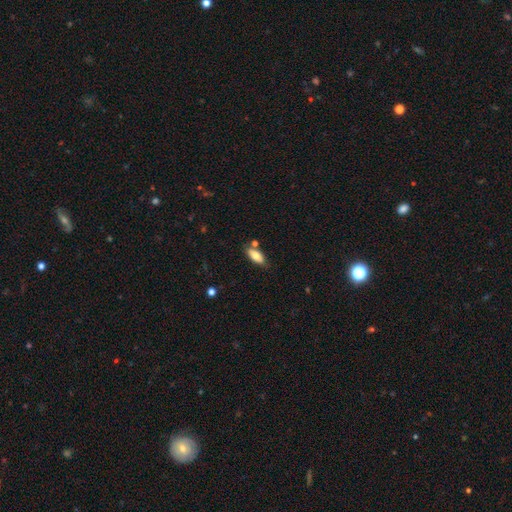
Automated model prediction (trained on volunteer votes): smooth_or_featured: smooth (p=0.77) [alt: featured or disk p=0.16]
how_rounded: in between (p=0.84) [alt: cigar-shaped p=0.14]
merging: none (p=0.70) [alt: minor disturbance p=0.16]